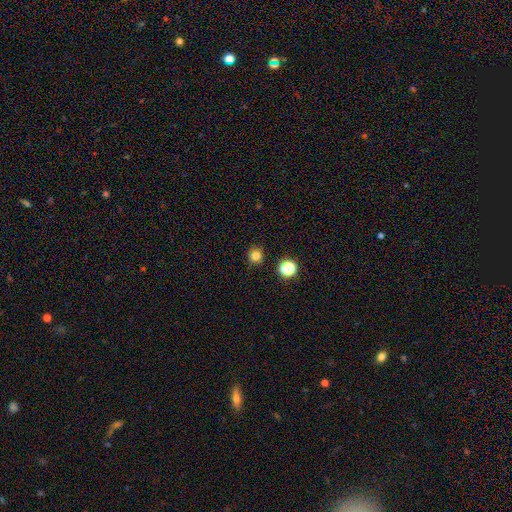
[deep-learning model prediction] Smooth or featured? smooth (80%)
How rounded? round (93%)
Merging? none (90%)